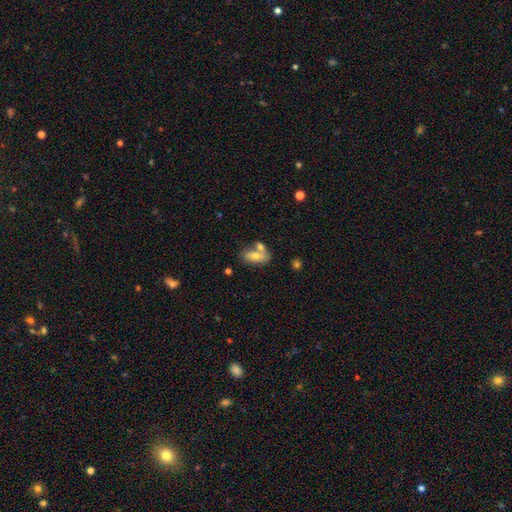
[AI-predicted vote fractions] The model was most divided on "merging": none: 46%, merger: 35%, minor disturbance: 14%, major disturbance: 5%. More confident: how rounded — in between (87%); smooth or featured — smooth (68%).